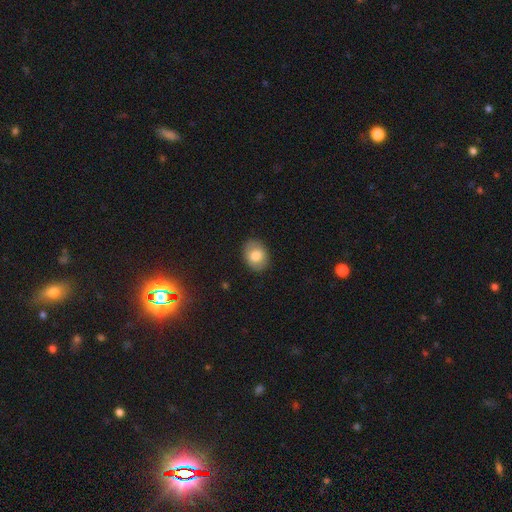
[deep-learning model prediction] smooth-or-featured: smooth: 76% | featured or disk: 16% | star or artifact: 8%
  how-rounded: in between: 59% | round: 40% | cigar-shaped: 1%
  merging: none: 86% | minor disturbance: 10% | major disturbance: 3% | merger: 1%